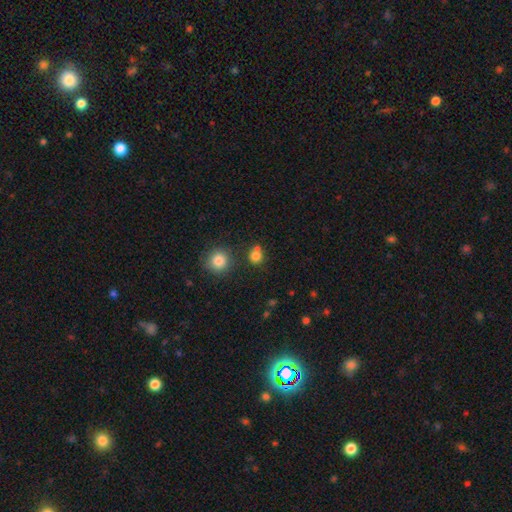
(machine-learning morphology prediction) Smooth or featured? Predicted: smooth (p=0.80). How rounded? Predicted: round (p=0.83). Merging? Predicted: none (p=0.64).